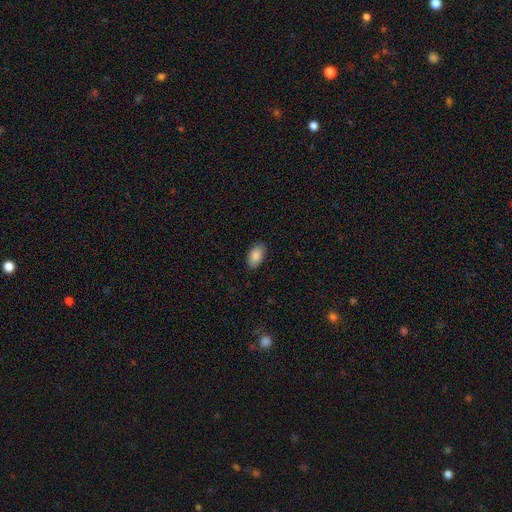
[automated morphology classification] The model was most divided on "merging": none: 86%, minor disturbance: 10%, major disturbance: 2%, merger: 1%. More confident: how rounded — in between (94%); smooth or featured — smooth (88%).